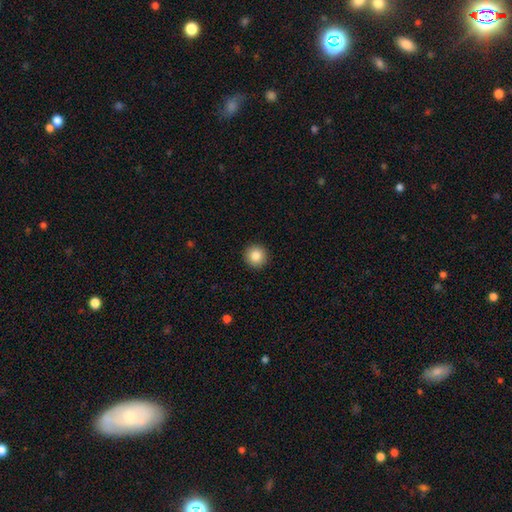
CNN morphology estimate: A smooth galaxy with no disk features (86%) that is round (95%).

Vote fractions:
- Smooth or featured? smooth: 86% / star or artifact: 9% / featured or disk: 5%
- How rounded? round: 95% / in between: 4% / cigar-shaped: 1%
- Merging? none: 93% / minor disturbance: 5% / major disturbance: 2% / merger: 1%